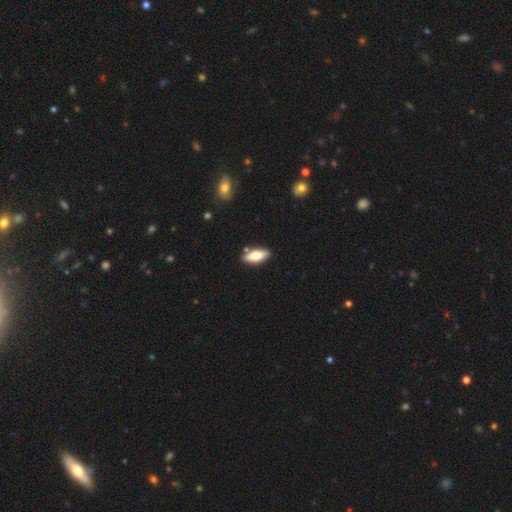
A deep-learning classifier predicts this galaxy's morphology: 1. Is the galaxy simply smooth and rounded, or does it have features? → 68% smooth, 26% featured or disk, 6% star or artifact.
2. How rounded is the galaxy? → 77% in between, 21% cigar-shaped, 2% round.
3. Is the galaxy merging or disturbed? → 84% none, 10% minor disturbance, 4% merger, 2% major disturbance.